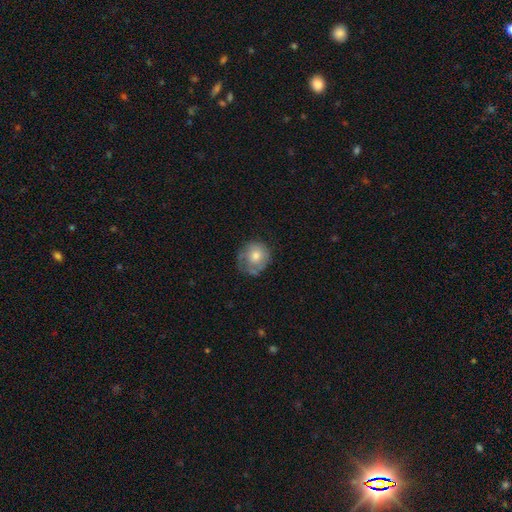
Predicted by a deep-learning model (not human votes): This is likely a smooth galaxy (63%). How rounded: clearly round (85%). Merging: possibly none (60%).